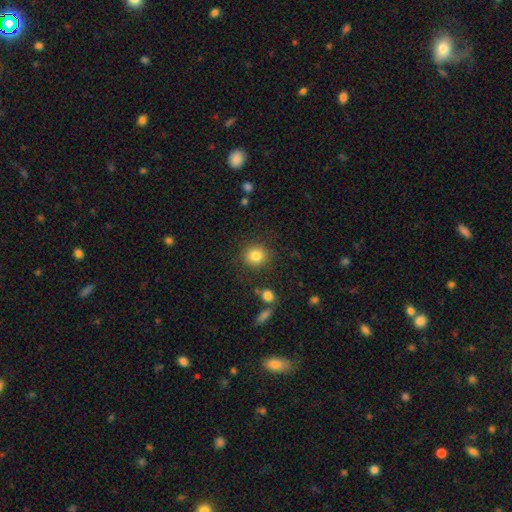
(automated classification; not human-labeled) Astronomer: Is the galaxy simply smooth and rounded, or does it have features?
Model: smooth — 83%.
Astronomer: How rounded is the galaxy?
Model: round — 88%.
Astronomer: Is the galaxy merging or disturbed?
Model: none — 86%.